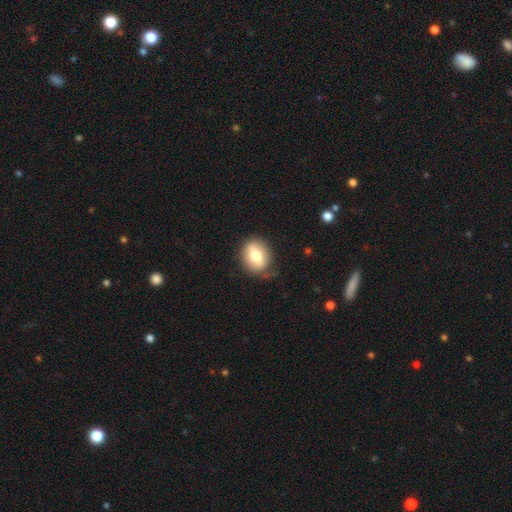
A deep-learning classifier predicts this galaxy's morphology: The model was most divided on "how rounded": in between: 53%, round: 45%, cigar-shaped: 2%. More confident: merging — none (71%); smooth or featured — smooth (71%).